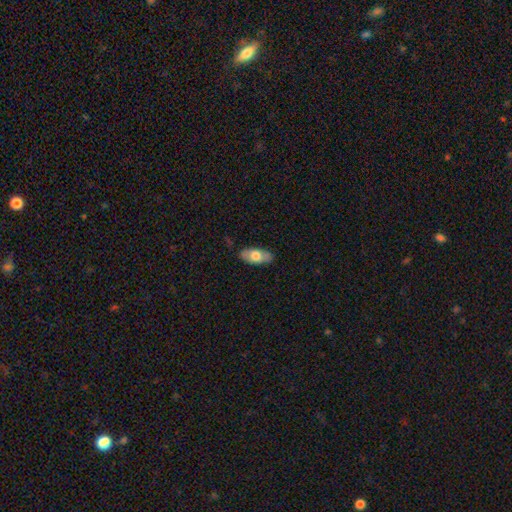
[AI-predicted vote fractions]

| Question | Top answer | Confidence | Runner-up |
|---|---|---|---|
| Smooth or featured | smooth | 63% | featured or disk (31%) |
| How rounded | in between | 88% | cigar-shaped (9%) |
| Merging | none | 83% | minor disturbance (13%) |